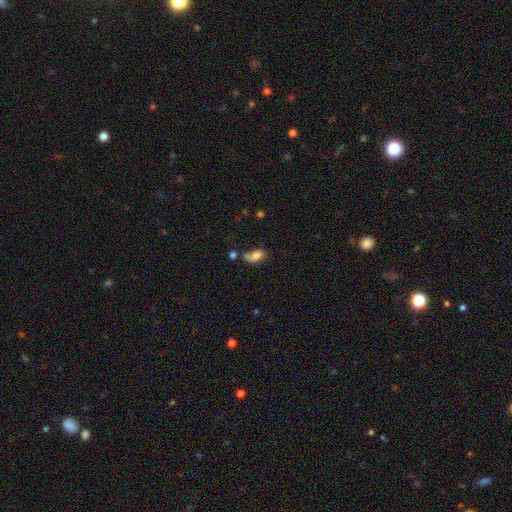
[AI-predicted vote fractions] smooth 71%, featured or disk 19%, star or artifact 10%. Down the decision tree: how rounded — in between (86%); merging — none (37%).